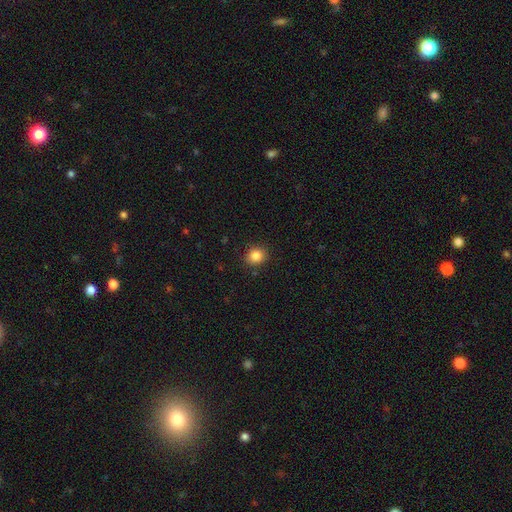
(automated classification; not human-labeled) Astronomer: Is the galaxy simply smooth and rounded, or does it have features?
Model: smooth — 84%.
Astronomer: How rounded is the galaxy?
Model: round — 79%.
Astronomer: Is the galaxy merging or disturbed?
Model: none — 90%.